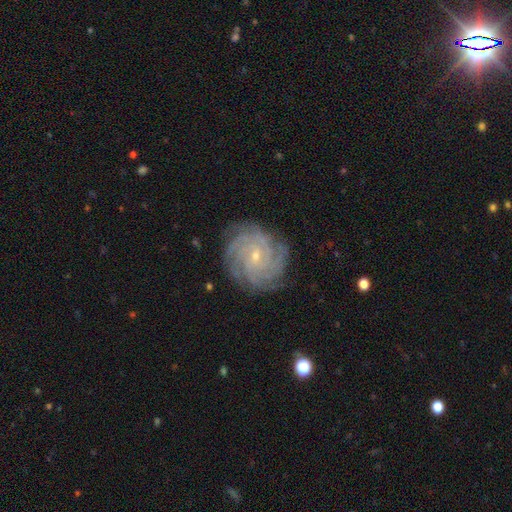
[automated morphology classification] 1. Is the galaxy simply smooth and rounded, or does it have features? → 86% featured or disk, 7% star or artifact, 7% smooth.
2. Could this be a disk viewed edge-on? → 98% no, 2% yes.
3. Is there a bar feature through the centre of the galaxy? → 60% no, 32% weak, 8% strong.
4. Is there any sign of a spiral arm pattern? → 98% yes, 2% no.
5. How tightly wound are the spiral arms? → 80% tight, 17% medium, 3% loose.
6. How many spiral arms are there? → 27% 4, 23% more than 4, 20% can't tell, 12% 3, 9% 2, 8% 1.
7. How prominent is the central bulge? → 78% small, 19% moderate, 1% none, 1% large, 1% dominant.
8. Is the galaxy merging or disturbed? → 85% none, 11% minor disturbance, 3% major disturbance, 1% merger.